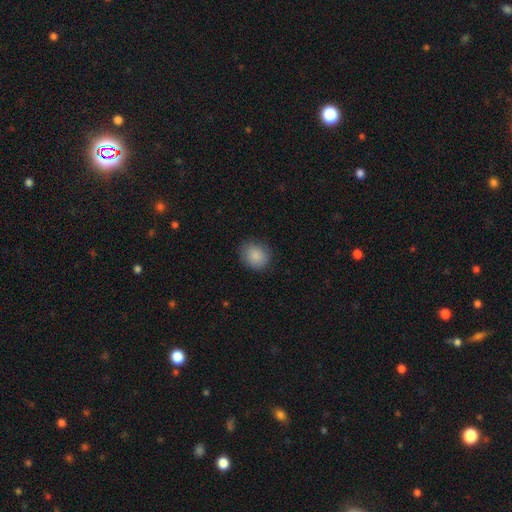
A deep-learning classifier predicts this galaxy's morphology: Overall: smooth (87%). How rounded: round (70%; in between 30%). Merging: none (82%).